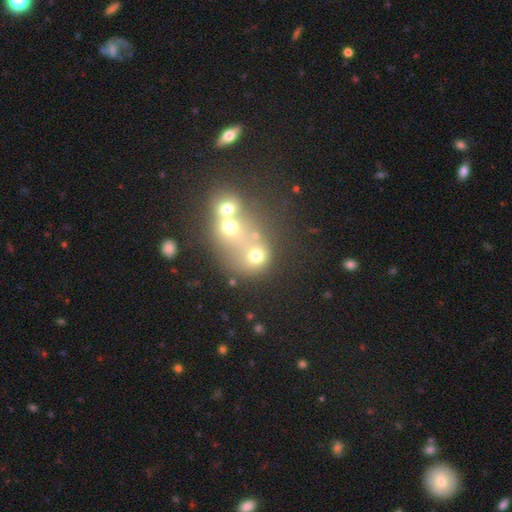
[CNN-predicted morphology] Smooth or featured? Predicted: smooth (p=0.62). How rounded? Predicted: round (p=0.71). Merging? Predicted: merger (p=0.58).